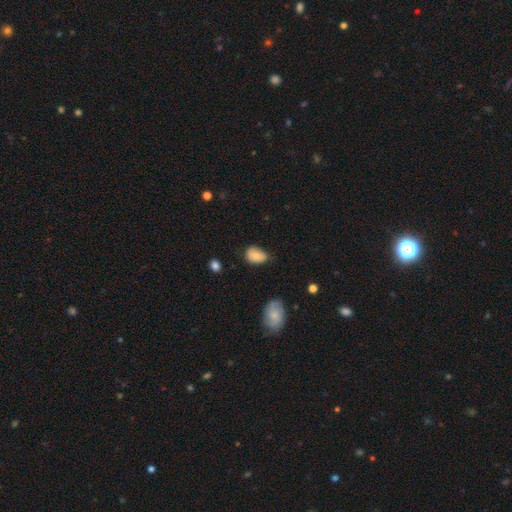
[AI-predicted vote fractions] This appears to be a smooth galaxy with no disk features (80%) that is in between round and cigar-shaped (85%). Merging: none (58%).